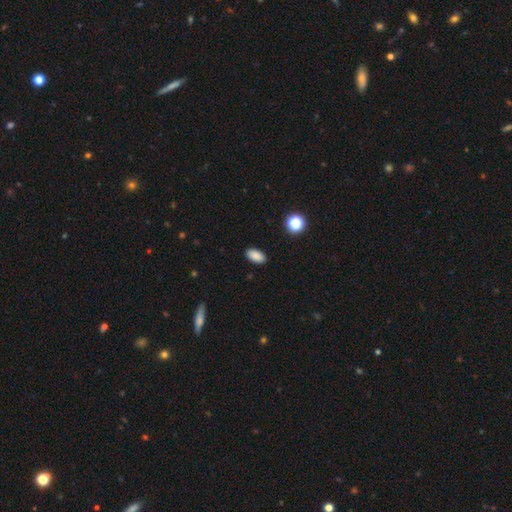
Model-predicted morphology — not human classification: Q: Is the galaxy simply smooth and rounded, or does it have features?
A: smooth — 87%.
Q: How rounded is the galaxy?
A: in between — 93%.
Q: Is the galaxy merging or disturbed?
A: none — 90%.